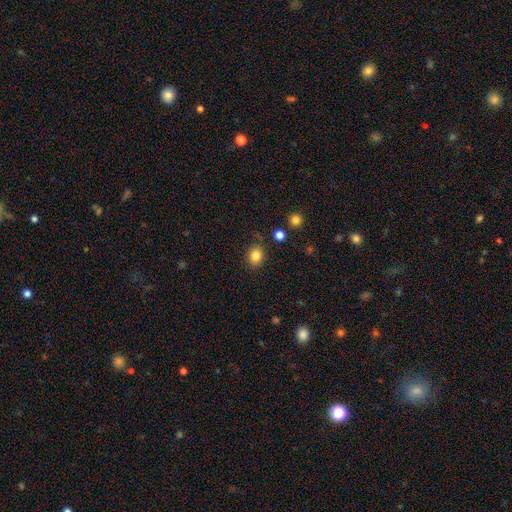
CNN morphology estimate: This appears to be a smooth galaxy with no disk features (84%) that is round (64%). Merging: none (82%).